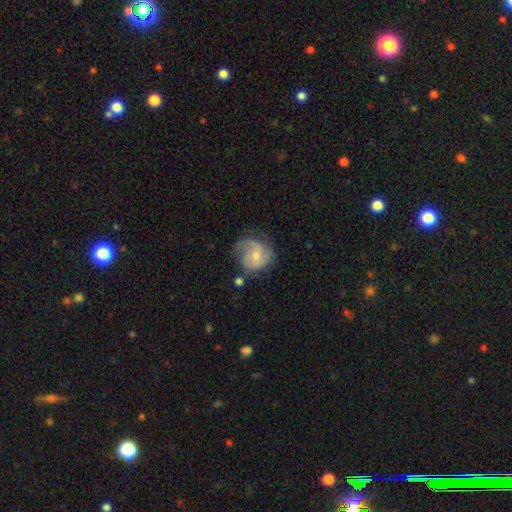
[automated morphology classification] Smooth or featured? Predicted: featured or disk (p=0.68). Edge-on disk? Predicted: no (p=0.98). Bar? Predicted: no (p=0.63). Spiral arms? Predicted: yes (p=0.91). Spiral winding? Predicted: medium (p=0.47). Spiral arm count? Predicted: 2 (p=0.34). Bulge size? Predicted: small (p=0.55). Merging? Predicted: none (p=0.54).